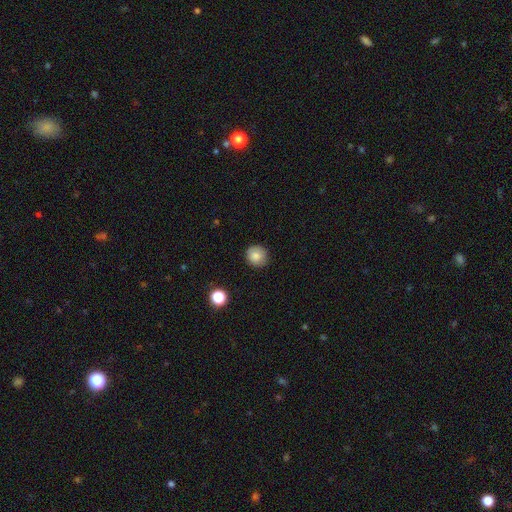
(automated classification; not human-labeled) A smooth galaxy with no disk features (84%) that is round (90%).

Vote fractions:
- Smooth or featured? smooth: 84% / star or artifact: 10% / featured or disk: 6%
- How rounded? round: 90% / in between: 9% / cigar-shaped: 1%
- Merging? none: 87% / minor disturbance: 9% / major disturbance: 2% / merger: 1%